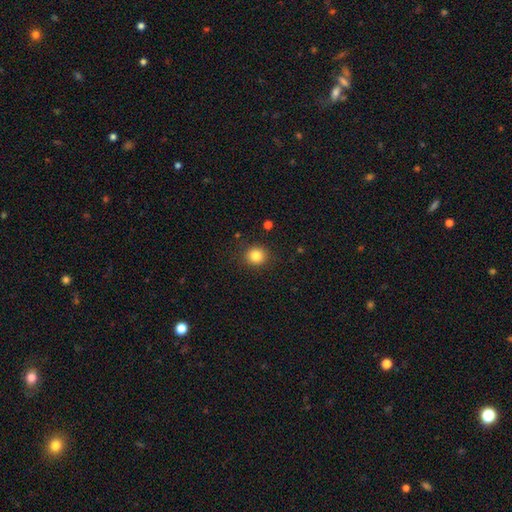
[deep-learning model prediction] This is clearly a smooth galaxy (83%). How rounded: clearly round (87%). Merging: clearly none (89%).